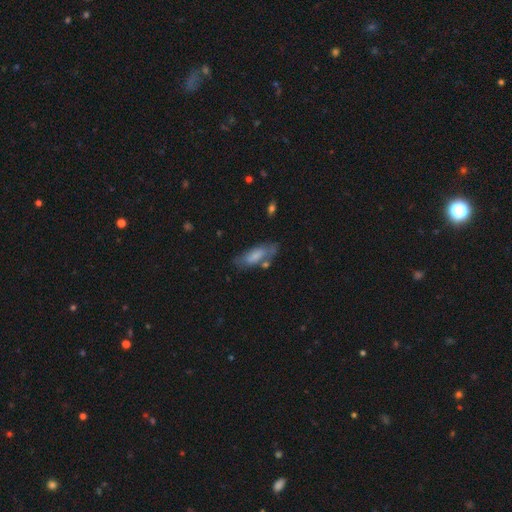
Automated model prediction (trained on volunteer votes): This is likely a smooth galaxy (65%). How rounded: likely in between (73%). Merging: possibly none (60%).